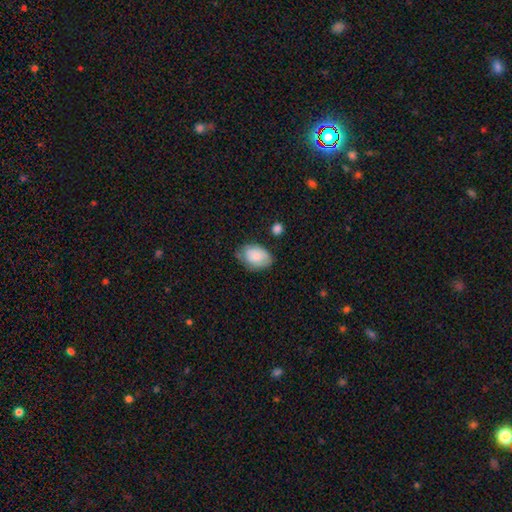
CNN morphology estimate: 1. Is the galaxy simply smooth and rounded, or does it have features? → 80% smooth, 13% featured or disk, 6% star or artifact.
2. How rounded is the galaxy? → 87% in between, 12% round, 1% cigar-shaped.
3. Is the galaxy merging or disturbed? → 62% none, 28% minor disturbance, 7% major disturbance, 3% merger.